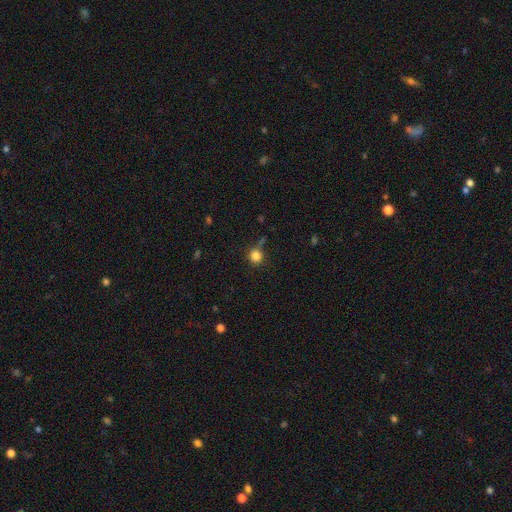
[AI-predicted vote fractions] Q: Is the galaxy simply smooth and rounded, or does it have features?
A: smooth — 83%.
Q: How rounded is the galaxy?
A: round — 92%.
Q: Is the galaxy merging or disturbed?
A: none — 74%.